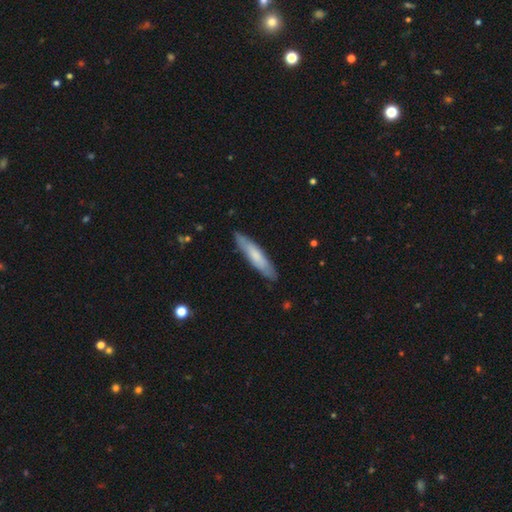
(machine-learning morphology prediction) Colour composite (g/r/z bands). It shows a smooth galaxy with no disk features (64%) that is cigar-shaped (86%). Merging: none (86%).